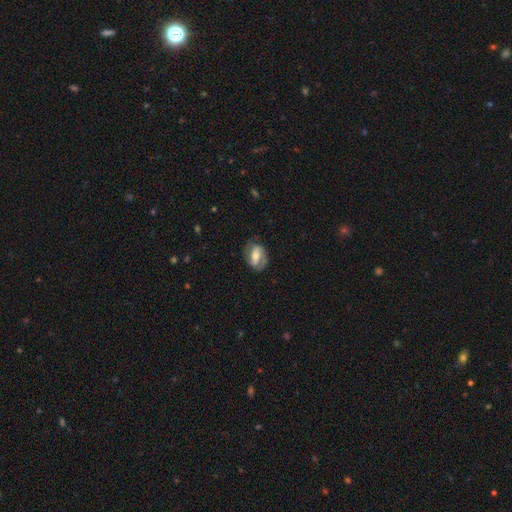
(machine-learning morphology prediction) This appears to be a featured or disk galaxy (59%) with a strong bar (44%), spiral arms (68%) and a moderate central bulge (61%). Merging: none (70%).